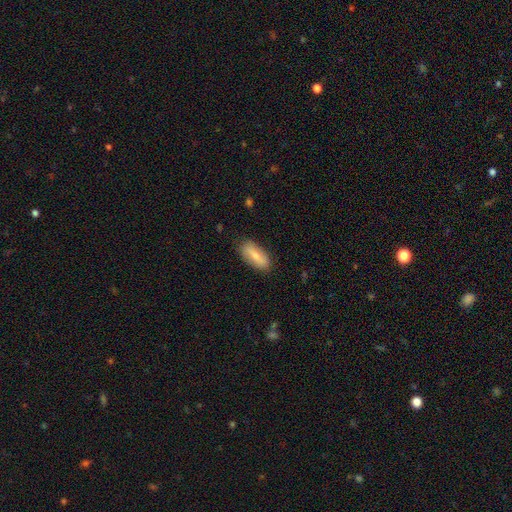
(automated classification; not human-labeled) The model was most divided on "smooth or featured": smooth: 72%, featured or disk: 22%, star or artifact: 6%. More confident: merging — none (84%); how rounded — in between (80%).